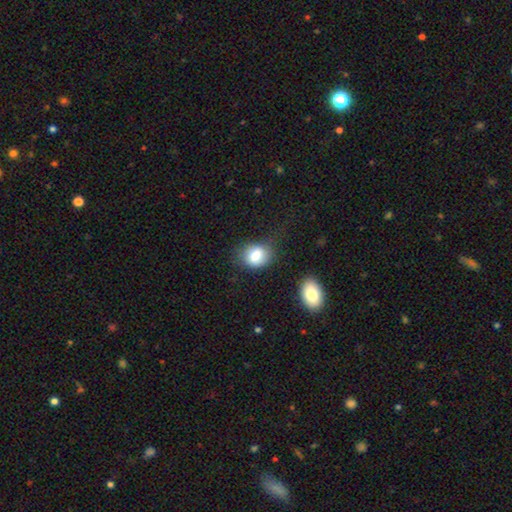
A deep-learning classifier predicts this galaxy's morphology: smooth-or-featured: smooth: 80% | featured or disk: 11% | star or artifact: 9%
  how-rounded: in between: 56% | round: 43% | cigar-shaped: 1%
  merging: none: 68% | minor disturbance: 20% | major disturbance: 7% | merger: 5%